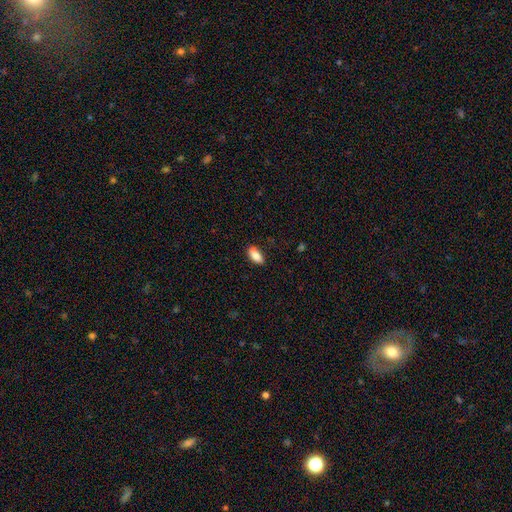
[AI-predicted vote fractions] Overall: smooth (85%). How rounded: in between (88%). Merging: none (86%).